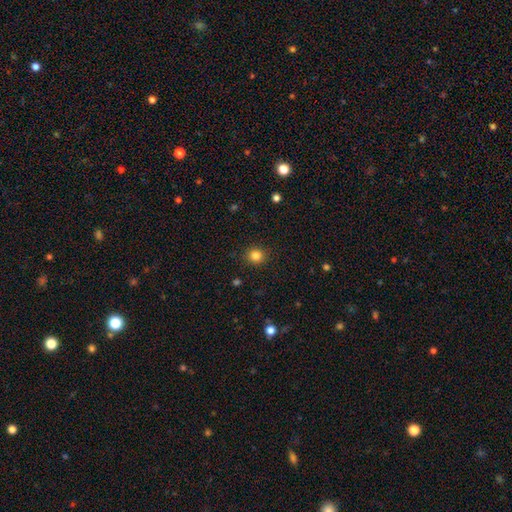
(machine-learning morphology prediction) smooth-or-featured: smooth: 83% | star or artifact: 12% | featured or disk: 4%
  how-rounded: round: 87% | in between: 12% | cigar-shaped: 1%
  merging: none: 90% | minor disturbance: 6% | major disturbance: 2% | merger: 1%